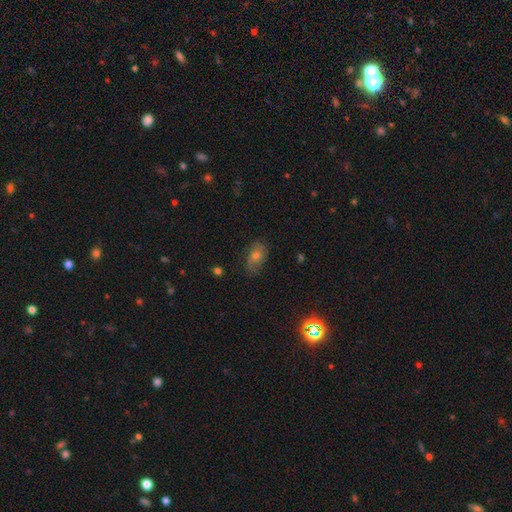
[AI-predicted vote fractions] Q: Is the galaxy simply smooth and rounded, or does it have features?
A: smooth — 41%.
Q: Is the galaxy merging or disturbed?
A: none — 72%.